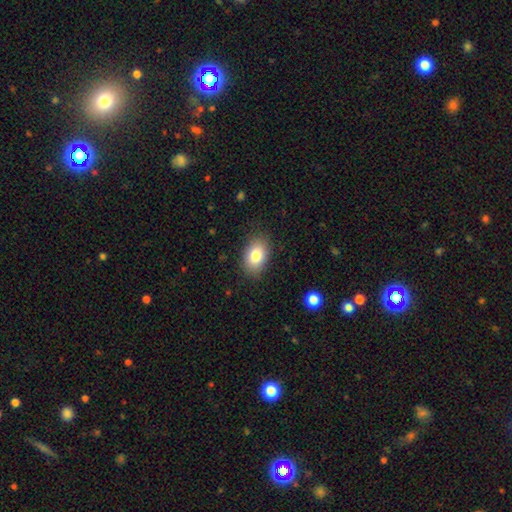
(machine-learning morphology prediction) Q: Smooth or featured?
A: smooth (82%); runner-up: featured or disk (10%)
Q: How rounded?
A: in between (86%); runner-up: round (13%)
Q: Merging?
A: none (86%); runner-up: minor disturbance (11%)